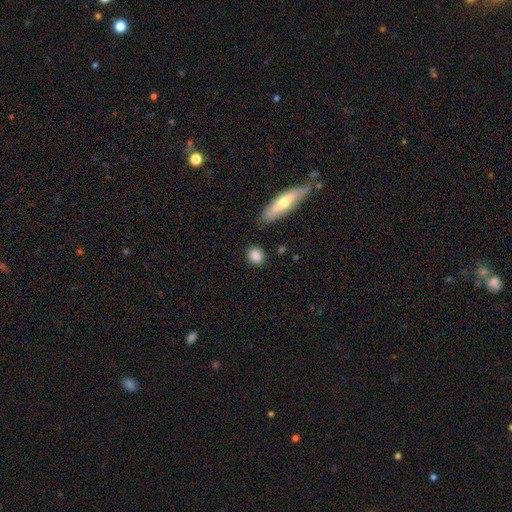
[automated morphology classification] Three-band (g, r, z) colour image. It shows a smooth galaxy with no disk features (84%) that is round (61%). Merging: none (84%).